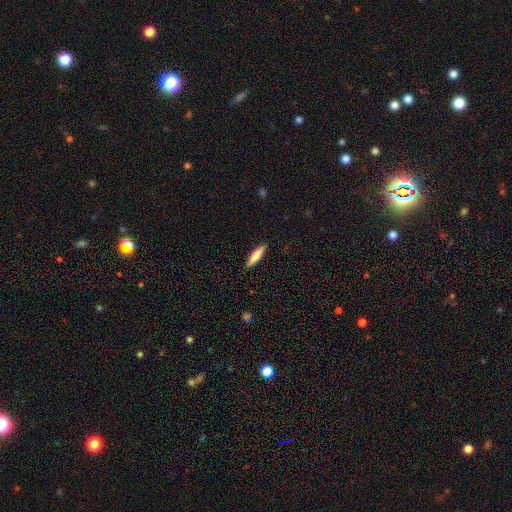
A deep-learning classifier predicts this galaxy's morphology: smooth 78%, featured or disk 17%, star or artifact 5%. Down the decision tree: how rounded — cigar-shaped (76%); merging — none (89%).